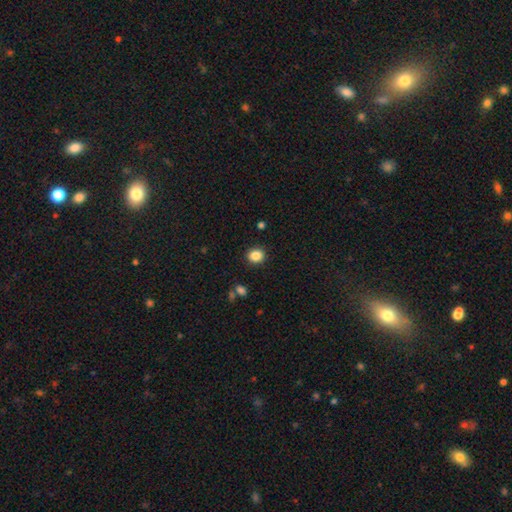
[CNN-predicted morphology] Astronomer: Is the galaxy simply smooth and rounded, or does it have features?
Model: smooth — 86%.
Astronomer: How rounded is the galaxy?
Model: round — 70%.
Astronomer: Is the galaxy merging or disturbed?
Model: none — 90%.